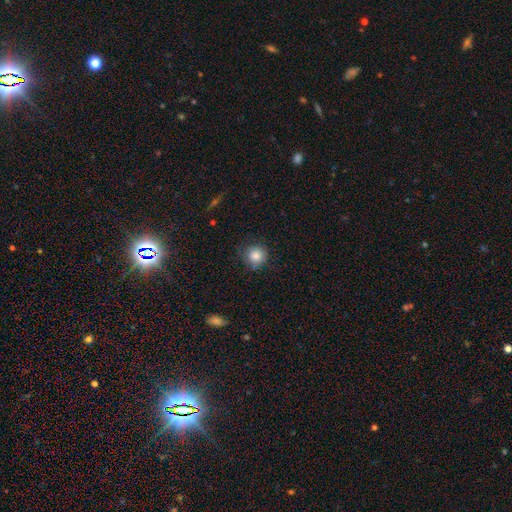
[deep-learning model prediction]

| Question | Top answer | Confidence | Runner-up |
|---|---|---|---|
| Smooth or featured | smooth | 84% | star or artifact (10%) |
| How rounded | round | 91% | in between (8%) |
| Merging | none | 75% | minor disturbance (19%) |